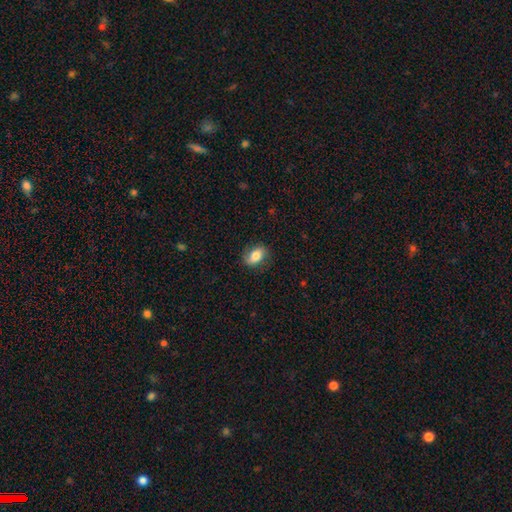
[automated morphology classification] A smooth galaxy with no disk features (75%) that is in between round and cigar-shaped (83%). Merging: none (80%).